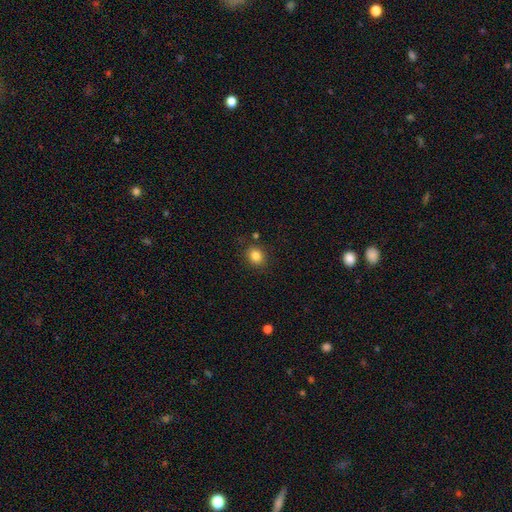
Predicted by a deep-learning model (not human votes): Morphology: type=smooth (83%); roundness=round (64%); merging=none (85%).